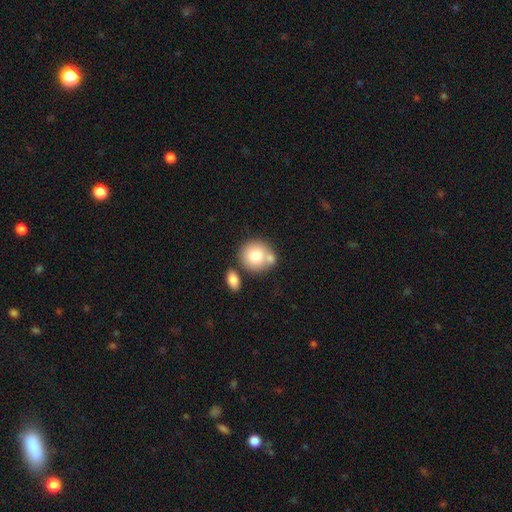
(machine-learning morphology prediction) type=smooth (76%); roundness=round (86%); merging=none (55%).